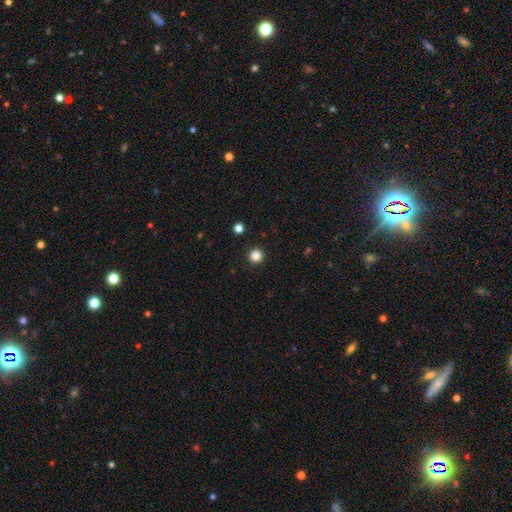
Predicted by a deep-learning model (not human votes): Smooth or featured: smooth — 84% (star or artifact — 12%)
How rounded: round — 96% (in between — 3%)
Merging: none — 93% (minor disturbance — 4%)